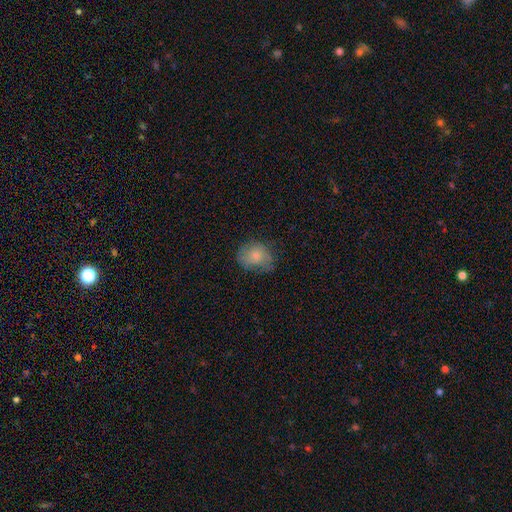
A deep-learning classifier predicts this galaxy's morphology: Smooth or featured: smooth — 71% (featured or disk — 21%)
How rounded: round — 63% (in between — 36%)
Merging: none — 59% (minor disturbance — 29%)